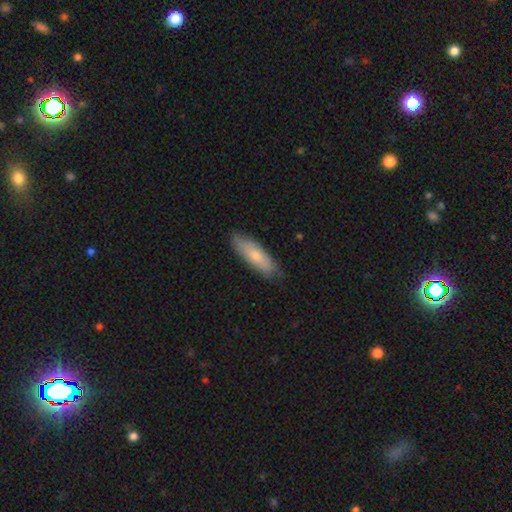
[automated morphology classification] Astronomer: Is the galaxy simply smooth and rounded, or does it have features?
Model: smooth — 73%.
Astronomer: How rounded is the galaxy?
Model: cigar-shaped — 51% (runner-up: in between, 48%).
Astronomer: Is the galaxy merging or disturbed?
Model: none — 80%.